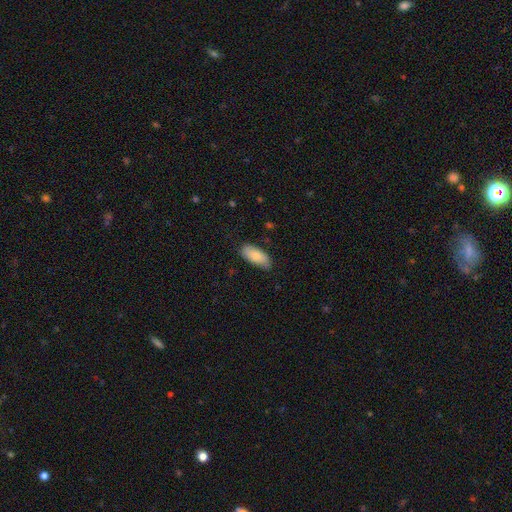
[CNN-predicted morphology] Smooth or featured? Predicted: smooth (p=0.79). How rounded? Predicted: in between (p=0.89). Merging? Predicted: none (p=0.74).